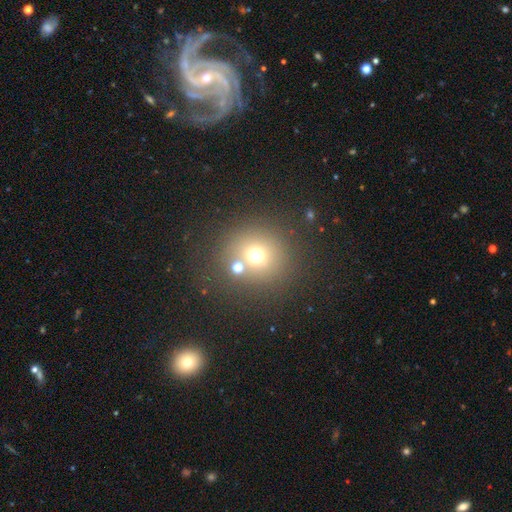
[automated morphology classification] smooth 66%, star or artifact 23%, featured or disk 12%. Down the decision tree: how rounded — round (91%); merging — none (72%).